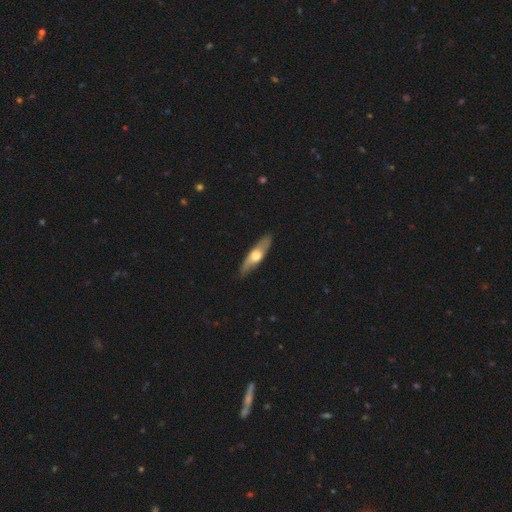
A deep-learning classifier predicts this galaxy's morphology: A featured or disk galaxy (53%) viewed edge-on (77%). Merging: none (87%).